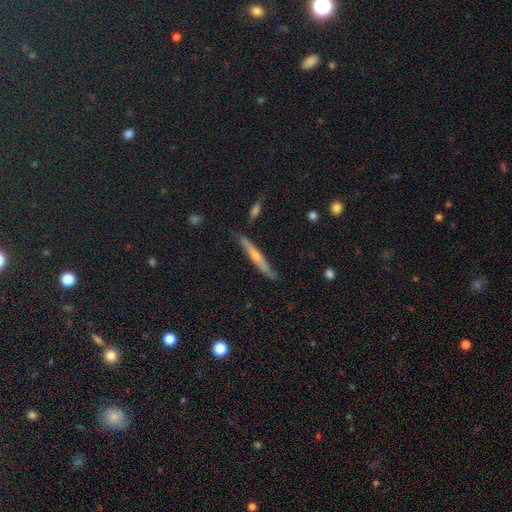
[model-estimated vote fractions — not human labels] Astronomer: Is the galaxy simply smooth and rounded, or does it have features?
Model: featured or disk — 51% (runner-up: smooth, 41%).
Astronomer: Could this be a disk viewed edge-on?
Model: yes — 91%.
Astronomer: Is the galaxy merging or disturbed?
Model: none — 77%.